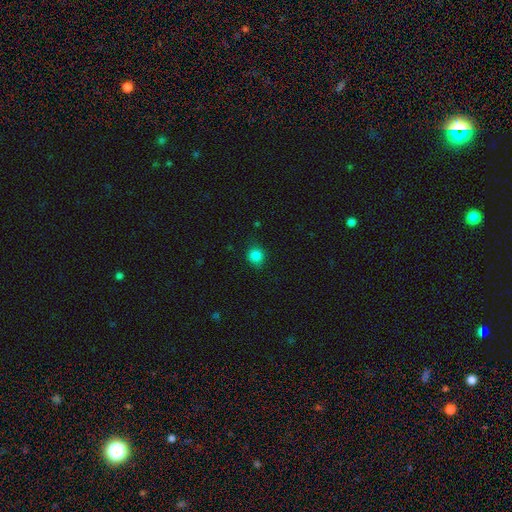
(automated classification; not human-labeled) Smooth or featured? smooth (84%)
How rounded? round (83%)
Merging? none (83%)